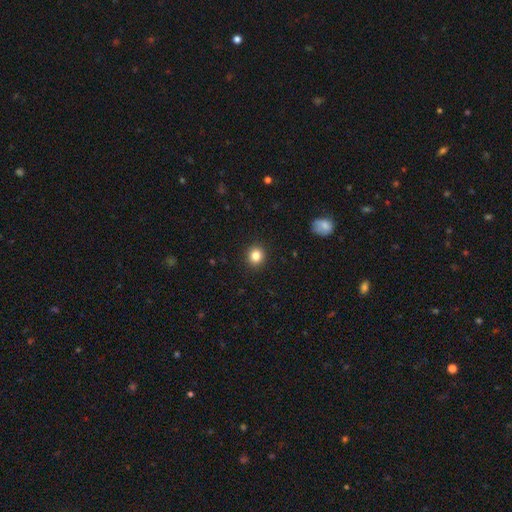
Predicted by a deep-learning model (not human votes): This appears to be a smooth galaxy with no disk features (84%) that is round (87%). Merging: none (92%).